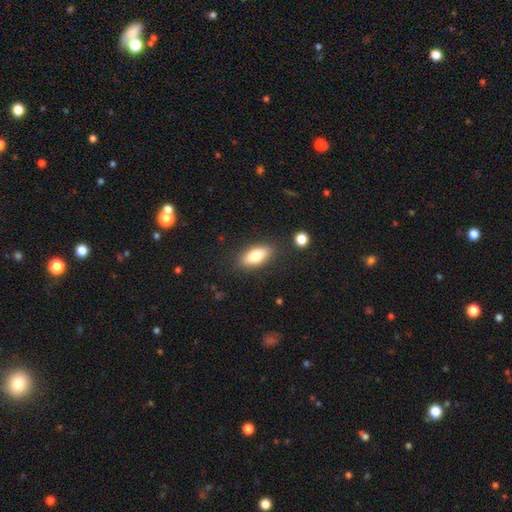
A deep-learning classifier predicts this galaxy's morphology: This appears to be a smooth galaxy with no disk features (78%) that is in between round and cigar-shaped (83%). Merging: none (85%).